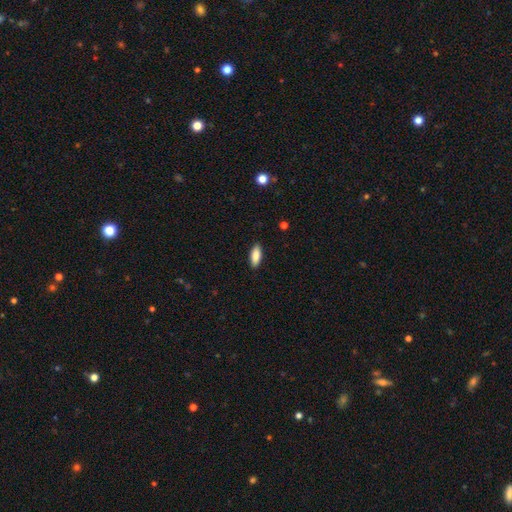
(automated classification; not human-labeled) A smooth galaxy with no disk features (86%) that is in between round and cigar-shaped (76%).

Vote fractions:
- Smooth or featured? smooth: 86% / featured or disk: 8% / star or artifact: 6%
- How rounded? in between: 76% / cigar-shaped: 22% / round: 2%
- Merging? none: 89% / minor disturbance: 8% / major disturbance: 2% / merger: 1%